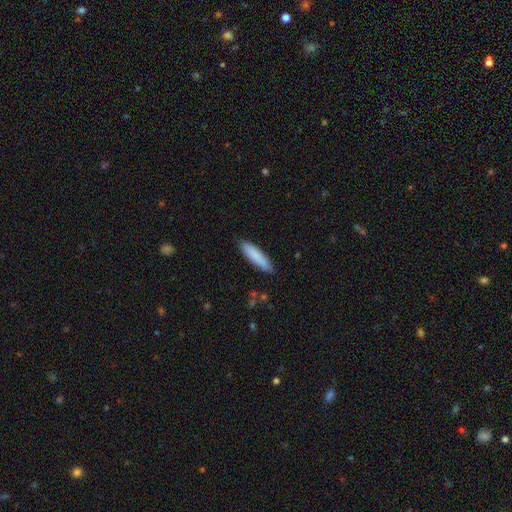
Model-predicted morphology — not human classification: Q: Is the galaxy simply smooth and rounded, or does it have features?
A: smooth — 86%.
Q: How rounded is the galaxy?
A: cigar-shaped — 74%.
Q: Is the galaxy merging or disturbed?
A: none — 87%.